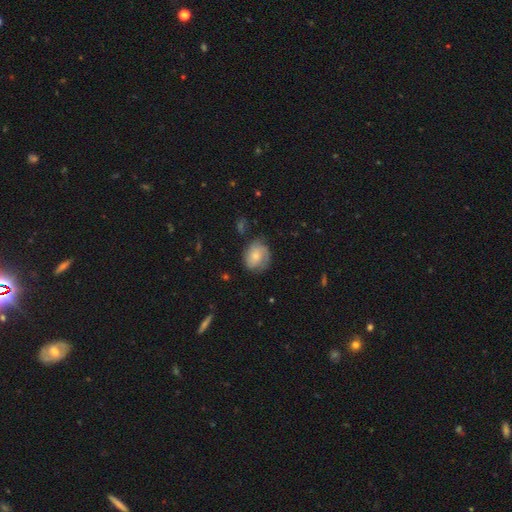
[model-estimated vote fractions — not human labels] featured or disk 50%, smooth 43%, star or artifact 7%. Down the decision tree: merging — none (61%).